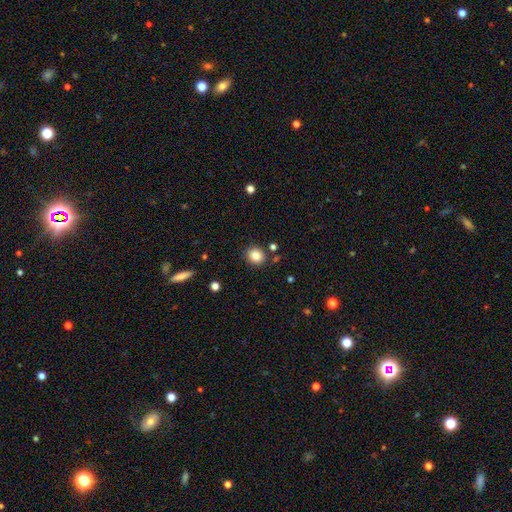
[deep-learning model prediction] This is clearly a smooth galaxy (84%). How rounded: likely round (75%). Merging: clearly none (86%).